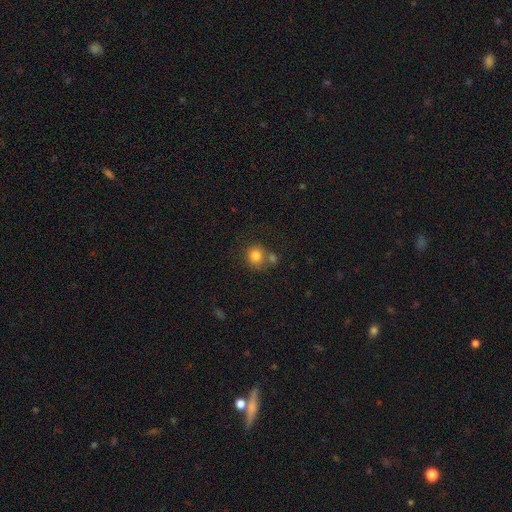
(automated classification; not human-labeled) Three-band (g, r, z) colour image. It shows a smooth galaxy with no disk features (81%) that is round (86%). Merging: none (58%).